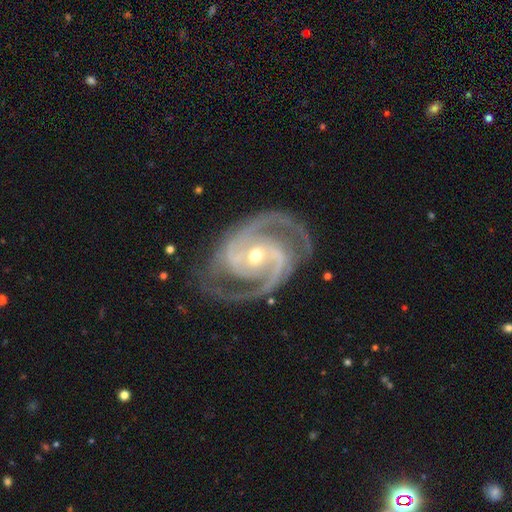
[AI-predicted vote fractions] This is clearly a featured or disk galaxy (93%). It is clearly not viewed edge-on (98%). Bar: marginally no (40%). Spiral arm pattern: clearly yes (99%). Spiral arm count: likely 2 (76%). Spiral winding: possibly medium (49%). Central bulge: possibly moderate (48%, tied with small). Merging: likely none (77%).